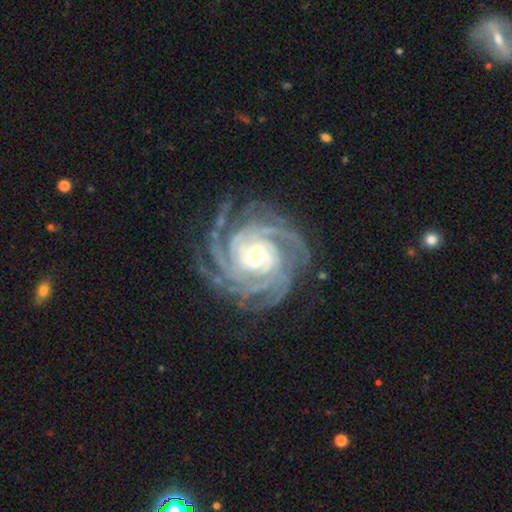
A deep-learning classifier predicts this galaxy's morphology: featured or disk 92%, star or artifact 5%, smooth 3%. Down the decision tree: edge-on disk — no (98%); bar — no (68%); spiral arms — yes (99%); spiral arm count — 4 (30%); spiral winding — tight (76%); bulge size — small (57%); merging — none (76%).